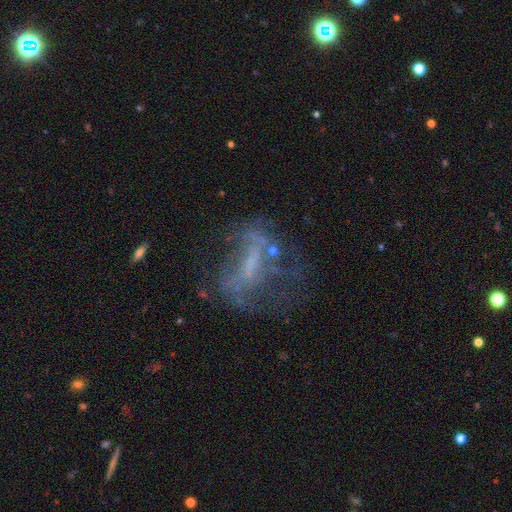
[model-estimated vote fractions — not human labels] The model was most divided on "bar": no: 38%, weak: 33%, strong: 29%. Remaining: edge-on disk — no (93%); smooth or featured — featured or disk (64%); spiral arms — no (56%); bulge size — none (54%); merging — none (43%).